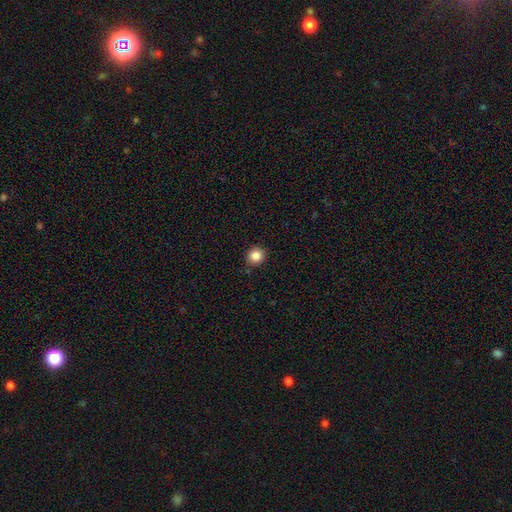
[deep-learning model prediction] smooth-or-featured: smooth: 86% | star or artifact: 10% | featured or disk: 4%
  how-rounded: round: 85% | in between: 14% | cigar-shaped: 1%
  merging: none: 87% | minor disturbance: 9% | major disturbance: 2% | merger: 1%